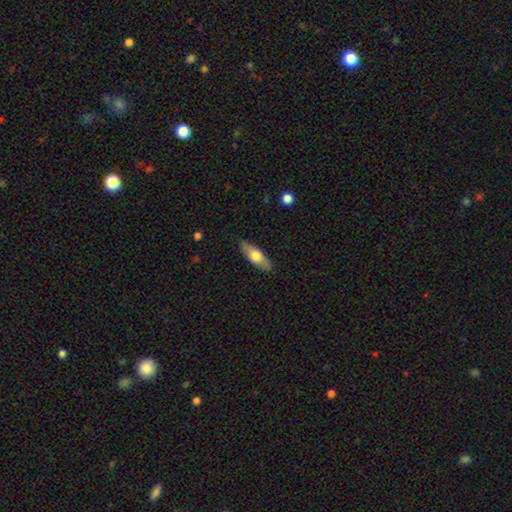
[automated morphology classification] type=smooth (62%); roundness=in between (62%); merging=none (88%).